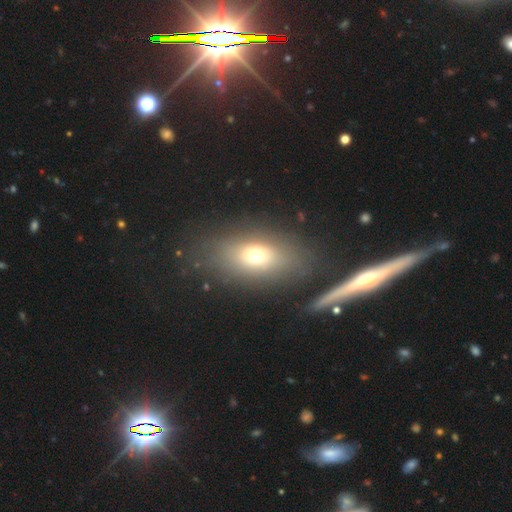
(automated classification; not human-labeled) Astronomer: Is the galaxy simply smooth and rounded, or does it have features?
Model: smooth — 64%.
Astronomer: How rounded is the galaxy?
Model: in between — 75%.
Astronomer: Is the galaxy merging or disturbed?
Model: none — 75%.